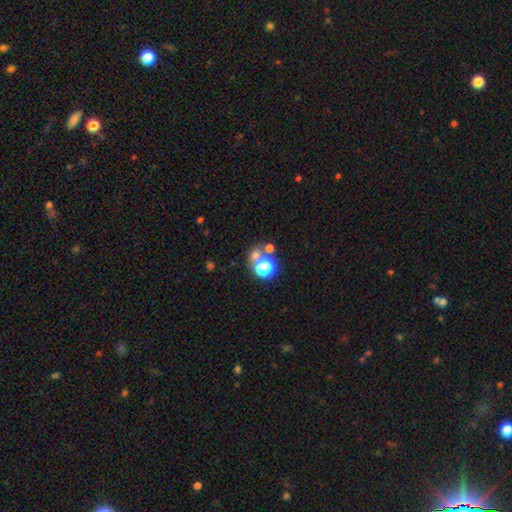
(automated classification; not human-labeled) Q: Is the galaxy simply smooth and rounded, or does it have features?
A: smooth — 59%.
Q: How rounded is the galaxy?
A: round — 82%.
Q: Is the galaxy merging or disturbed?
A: none — 58%.